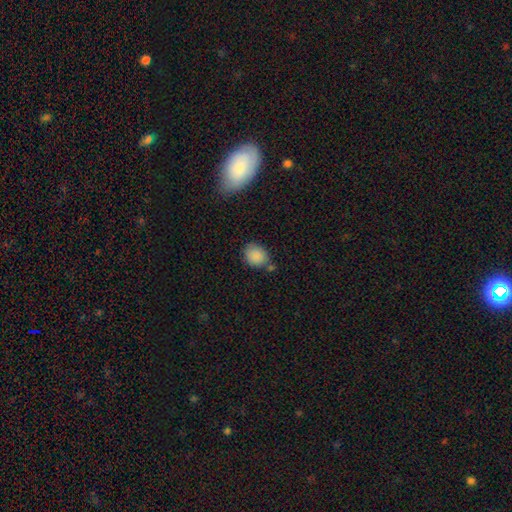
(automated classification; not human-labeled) Smooth or featured? Predicted: smooth (p=0.88). How rounded? Predicted: round (p=0.57). Merging? Predicted: none (p=0.68).